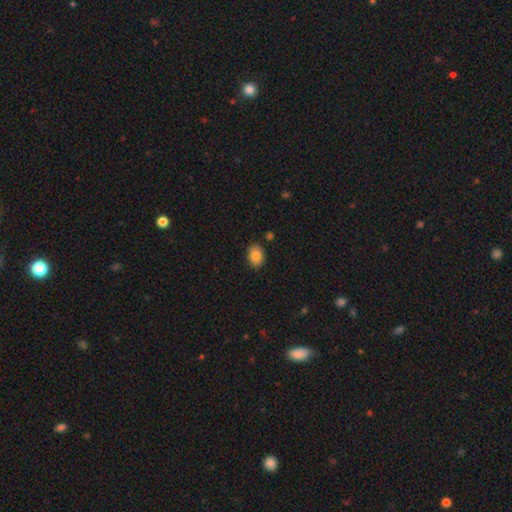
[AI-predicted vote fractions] The model was most divided on "how rounded": in between: 73%, round: 26%, cigar-shaped: 1%. More confident: merging — none (87%); smooth or featured — smooth (86%).